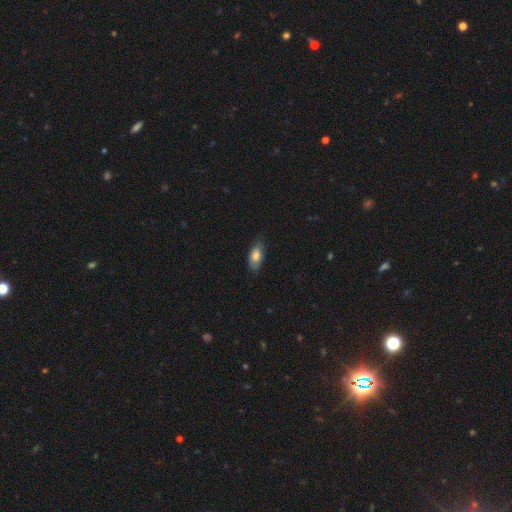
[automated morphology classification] Overall: smooth (77%). How rounded: in between (89%). Merging: none (76%).